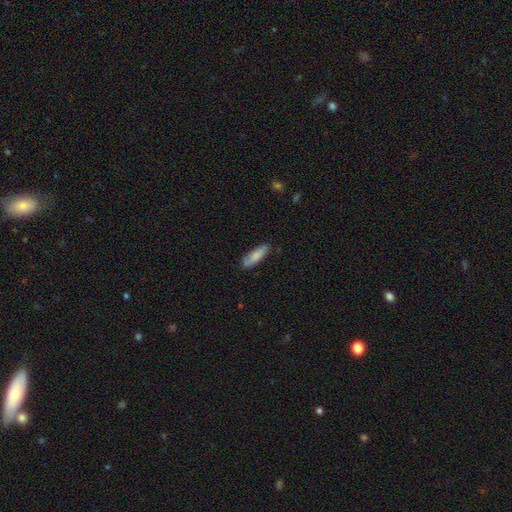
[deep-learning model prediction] Smooth or featured: smooth — 82% (featured or disk — 12%)
How rounded: cigar-shaped — 53% (in between — 46%)
Merging: none — 78% (minor disturbance — 17%)